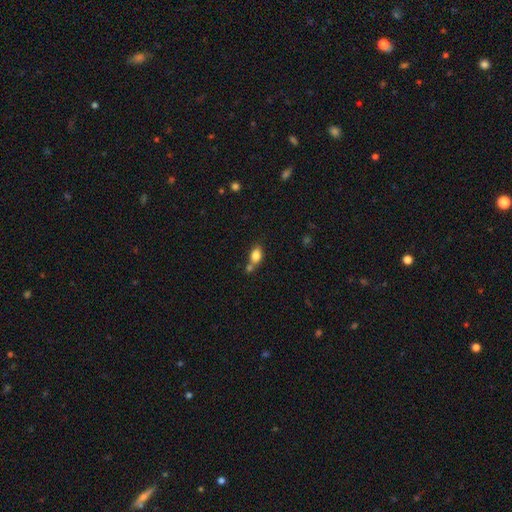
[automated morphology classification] A smooth galaxy with no disk features (81%) that is in between round and cigar-shaped (75%).

Vote fractions:
- Smooth or featured? smooth: 81% / featured or disk: 10% / star or artifact: 9%
- How rounded? in between: 75% / round: 23% / cigar-shaped: 3%
- Merging? none: 46% / merger: 34% / minor disturbance: 15% / major disturbance: 5%